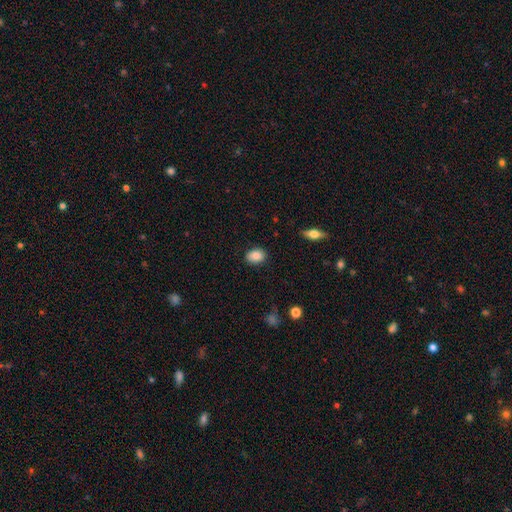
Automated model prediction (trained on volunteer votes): Smooth or featured? smooth (87%)
How rounded? in between (74%)
Merging? none (85%)